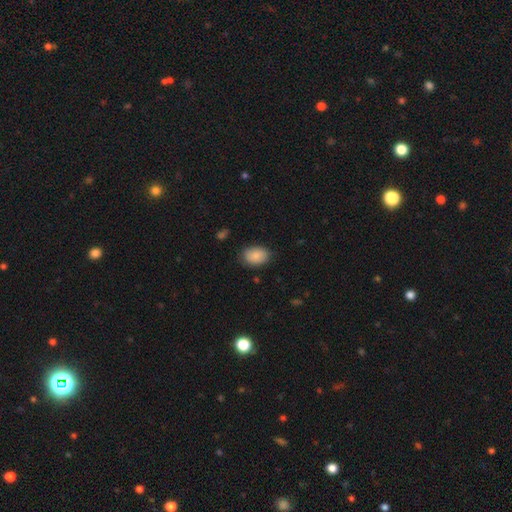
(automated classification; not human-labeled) This is clearly a smooth galaxy (86%). How rounded: clearly in between (80%). Merging: clearly none (80%).